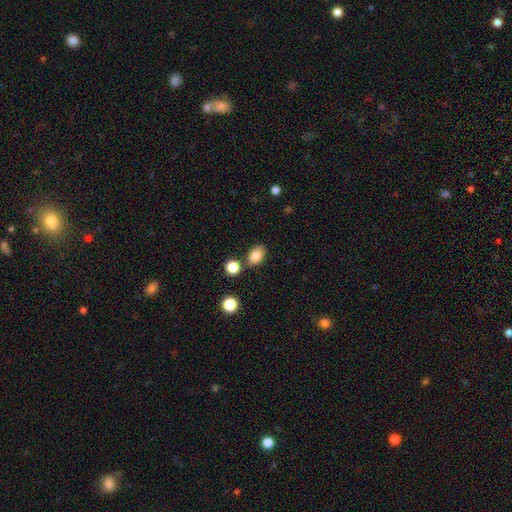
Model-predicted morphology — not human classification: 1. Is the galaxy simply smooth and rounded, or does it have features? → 84% smooth, 9% star or artifact, 7% featured or disk.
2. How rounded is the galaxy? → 80% in between, 18% round, 1% cigar-shaped.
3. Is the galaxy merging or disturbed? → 78% none, 12% minor disturbance, 8% merger, 3% major disturbance.